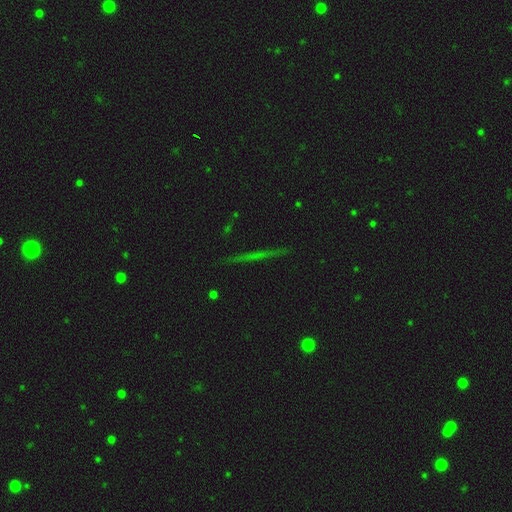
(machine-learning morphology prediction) The model was most divided on "smooth or featured": featured or disk: 49%, smooth: 29%, star or artifact: 21%. More confident: merging — none (89%).